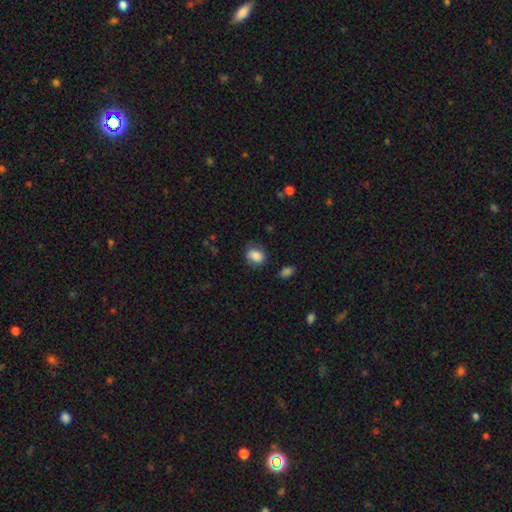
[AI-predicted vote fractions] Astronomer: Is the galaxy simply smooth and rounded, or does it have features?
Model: smooth — 83%.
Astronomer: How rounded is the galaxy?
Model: in between — 65%.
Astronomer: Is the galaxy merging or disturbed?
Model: none — 71%.